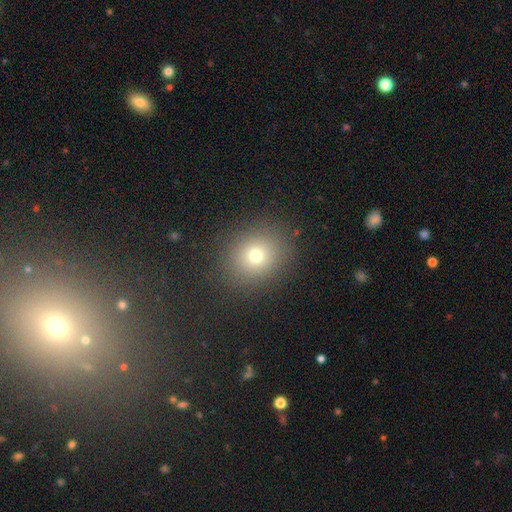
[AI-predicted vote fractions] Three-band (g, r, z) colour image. It shows a smooth galaxy with no disk features (72%) that is round (71%). Merging: none (86%).